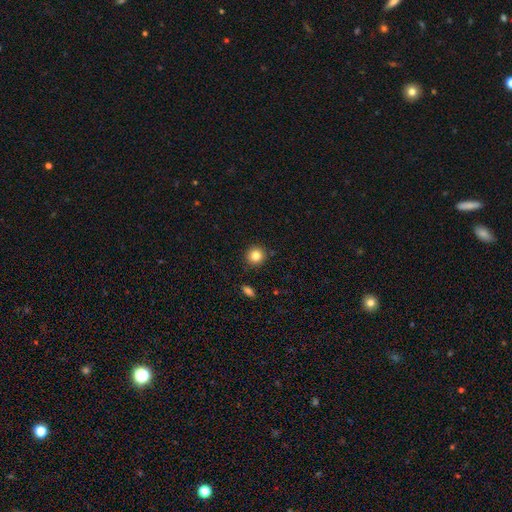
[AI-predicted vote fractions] Smooth or featured? Predicted: smooth (p=0.84). How rounded? Predicted: round (p=0.92). Merging? Predicted: none (p=0.89).